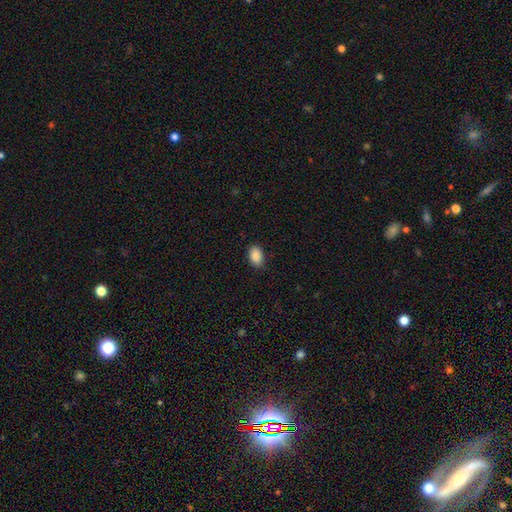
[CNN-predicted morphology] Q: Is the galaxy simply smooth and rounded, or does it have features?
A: smooth — 90%.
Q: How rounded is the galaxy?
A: in between — 87%.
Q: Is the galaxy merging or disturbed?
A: none — 87%.